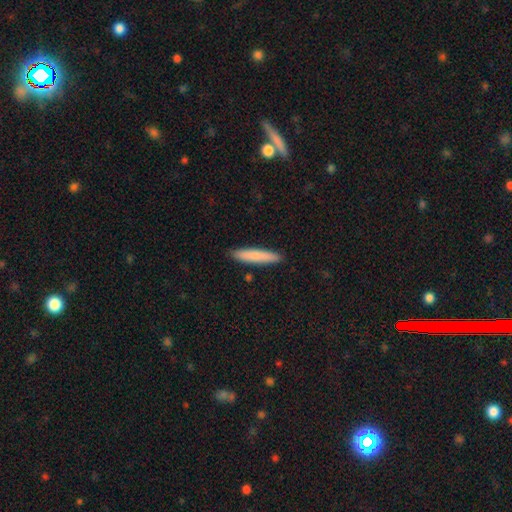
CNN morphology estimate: This is clearly a smooth galaxy (82%). How rounded: clearly cigar-shaped (88%). Merging: clearly none (90%).